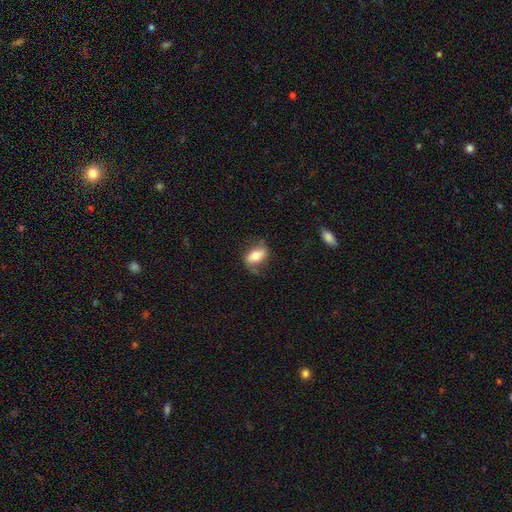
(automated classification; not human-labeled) Morphology: type=smooth (61%); roundness=in between (86%); merging=none (61%).